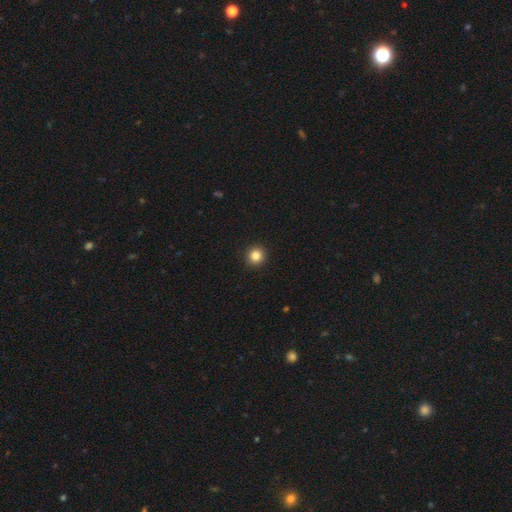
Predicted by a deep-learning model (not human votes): Morphology: type=smooth (84%); roundness=round (93%); merging=none (93%).